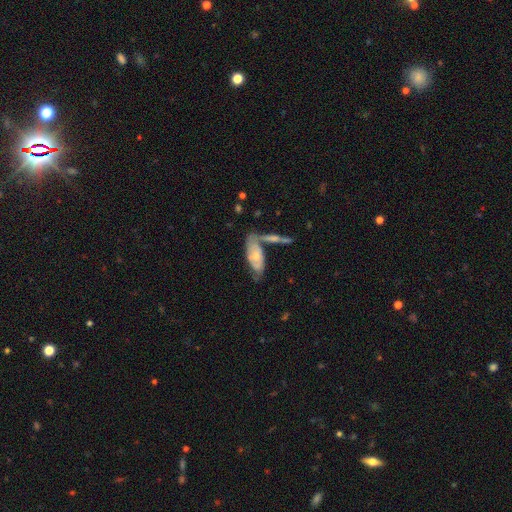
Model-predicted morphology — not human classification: Overall: featured or disk (51%; smooth 43%). Edge-on disk: no (82%). Merging: none (39%; merger 32%).